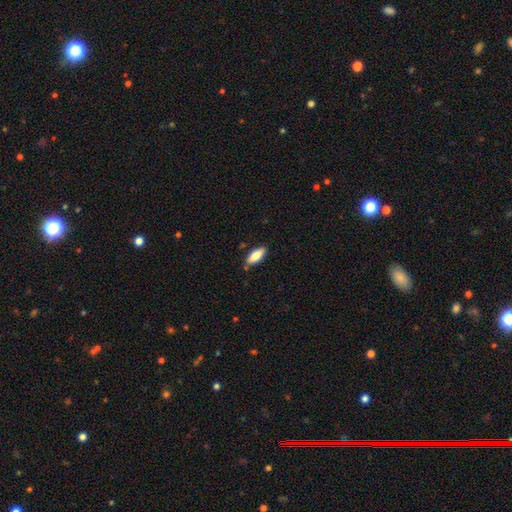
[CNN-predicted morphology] type=smooth (75%); roundness=in between (70%); merging=none (81%).